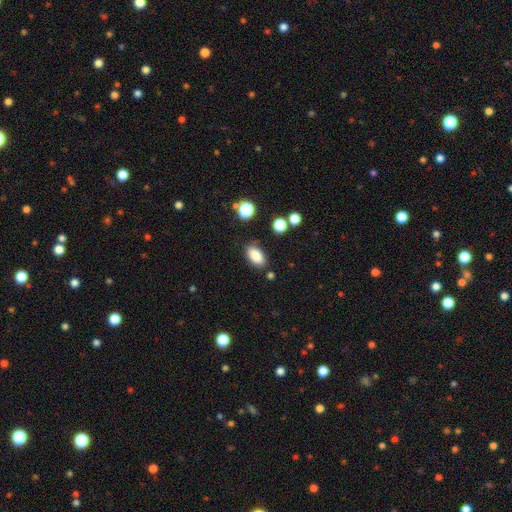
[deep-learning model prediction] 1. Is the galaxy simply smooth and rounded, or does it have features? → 86% smooth, 9% star or artifact, 5% featured or disk.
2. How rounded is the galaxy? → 91% in between, 5% round, 3% cigar-shaped.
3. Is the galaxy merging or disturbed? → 81% none, 12% minor disturbance, 3% major disturbance, 3% merger.